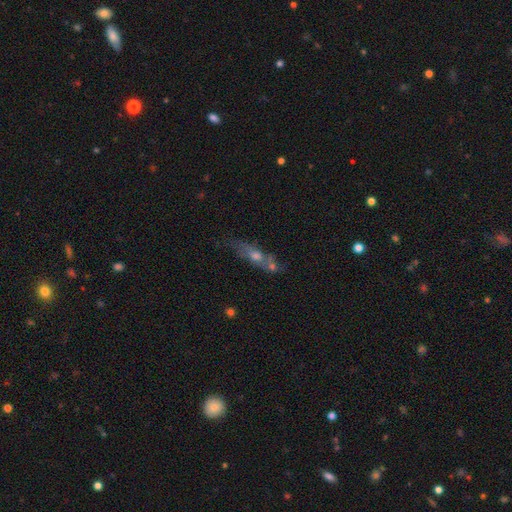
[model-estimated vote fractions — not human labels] A featured or disk galaxy (51%) viewed edge-on (51%). Merging: none (46%).